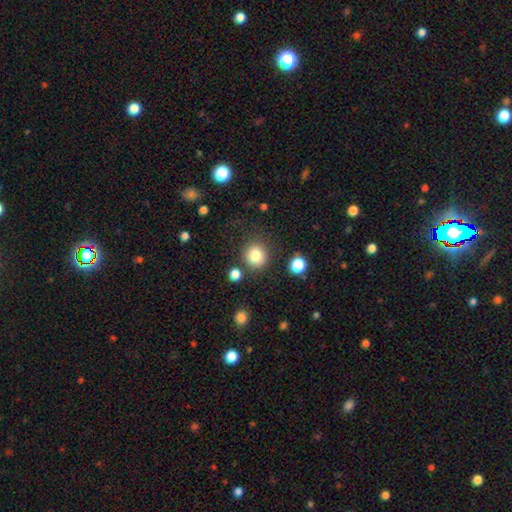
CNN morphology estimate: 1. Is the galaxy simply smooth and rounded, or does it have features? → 83% smooth, 11% star or artifact, 6% featured or disk.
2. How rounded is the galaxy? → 89% round, 10% in between, 1% cigar-shaped.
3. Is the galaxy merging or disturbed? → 81% none, 10% minor disturbance, 5% merger, 4% major disturbance.